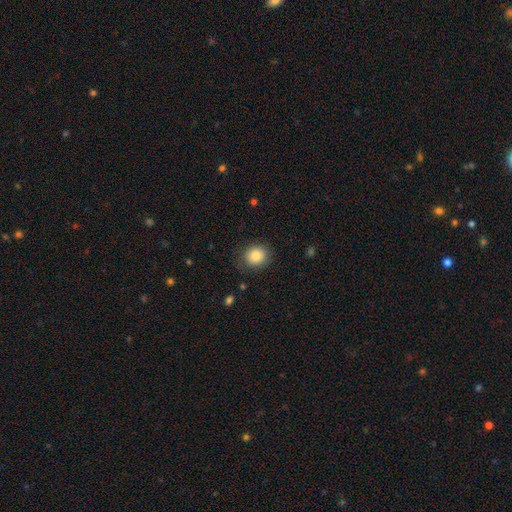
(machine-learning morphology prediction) smooth_or_featured: smooth (p=0.83) [alt: star or artifact p=0.09]
how_rounded: round (p=0.82) [alt: in between p=0.17]
merging: none (p=0.84) [alt: minor disturbance p=0.11]